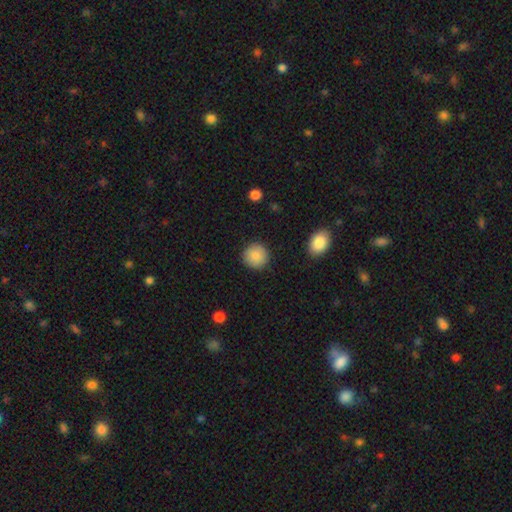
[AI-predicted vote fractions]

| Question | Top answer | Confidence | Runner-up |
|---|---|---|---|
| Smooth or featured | smooth | 87% | star or artifact (8%) |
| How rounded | round | 93% | in between (6%) |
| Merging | none | 90% | minor disturbance (6%) |